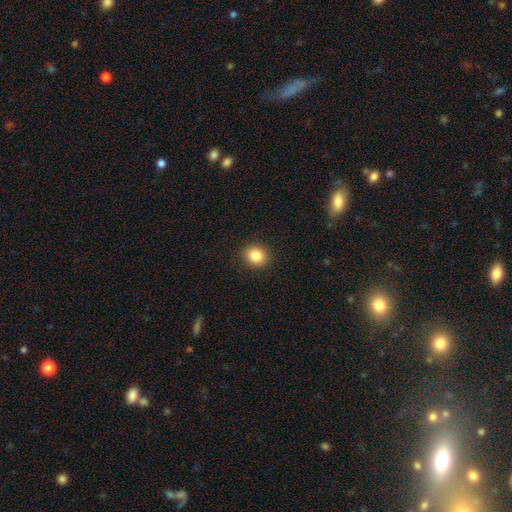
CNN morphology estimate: smooth_or_featured: smooth (p=0.85) [alt: star or artifact p=0.10]
how_rounded: round (p=0.75) [alt: in between p=0.24]
merging: none (p=0.91) [alt: minor disturbance p=0.06]